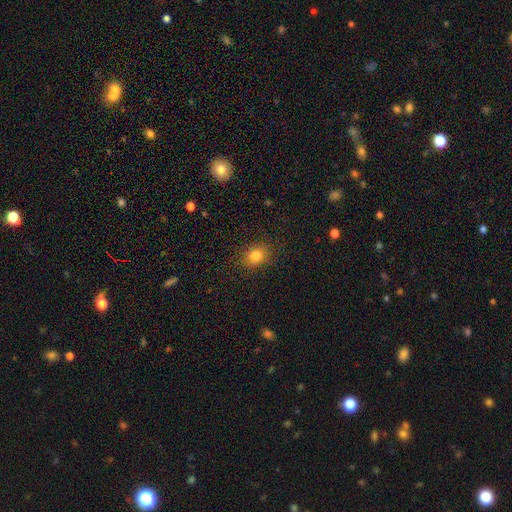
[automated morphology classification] Smooth or featured: smooth — 81% (star or artifact — 12%)
How rounded: round — 56% (in between — 42%)
Merging: none — 87% (minor disturbance — 9%)